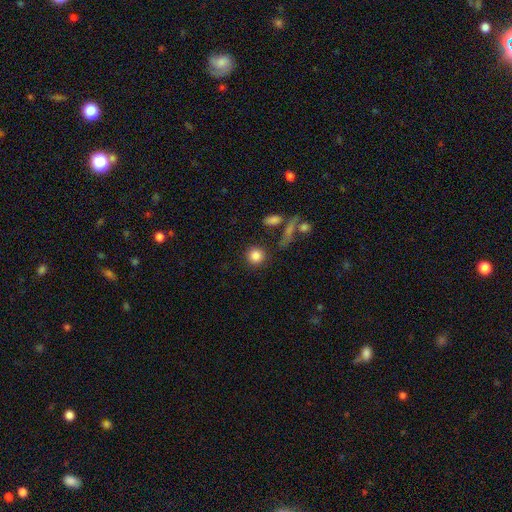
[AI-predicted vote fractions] This appears to be a smooth galaxy with no disk features (85%) that is round (91%). Merging: none (82%).